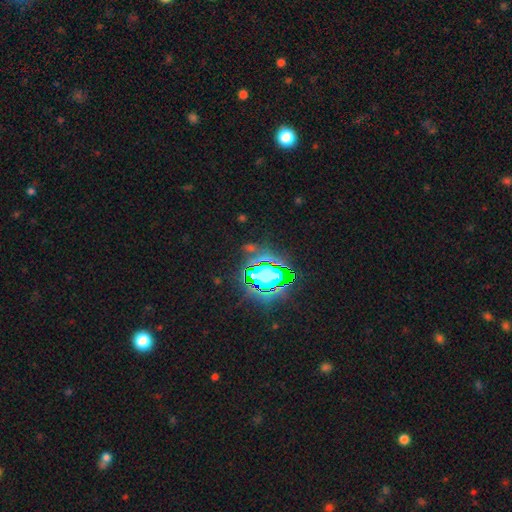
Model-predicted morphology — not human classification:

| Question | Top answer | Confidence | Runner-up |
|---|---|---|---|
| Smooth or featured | star or artifact | 78% | smooth (14%) |